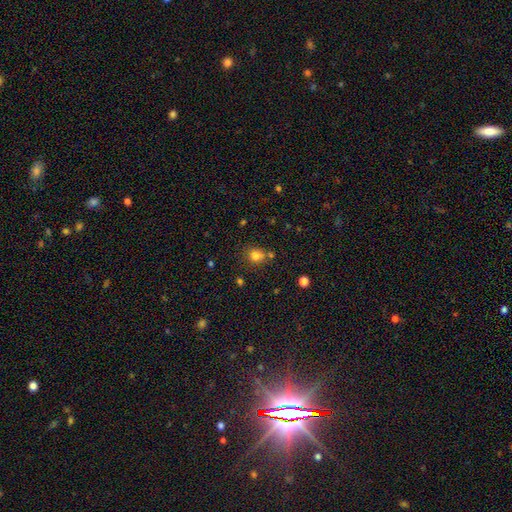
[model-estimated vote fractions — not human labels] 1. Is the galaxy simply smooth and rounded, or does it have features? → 79% smooth, 14% star or artifact, 7% featured or disk.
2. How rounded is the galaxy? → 78% round, 21% in between, 1% cigar-shaped.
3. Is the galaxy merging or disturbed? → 67% none, 15% merger, 14% minor disturbance, 4% major disturbance.